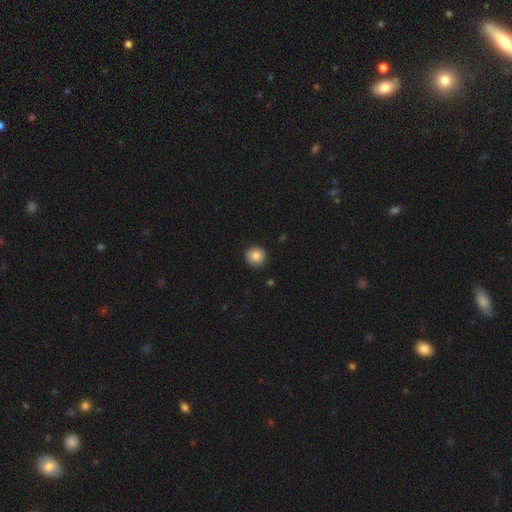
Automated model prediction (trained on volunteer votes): A smooth galaxy with no disk features (85%) that is round (93%). Merging: none (89%).